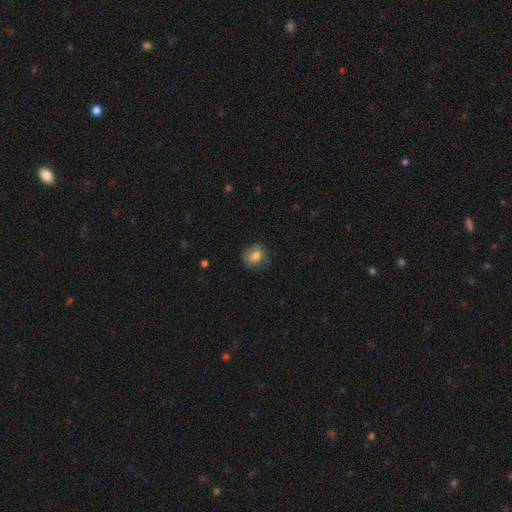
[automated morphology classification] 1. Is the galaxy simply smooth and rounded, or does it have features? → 66% smooth, 25% featured or disk, 9% star or artifact.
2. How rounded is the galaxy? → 63% round, 36% in between, 1% cigar-shaped.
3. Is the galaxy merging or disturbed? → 66% none, 23% minor disturbance, 10% major disturbance, 1% merger.